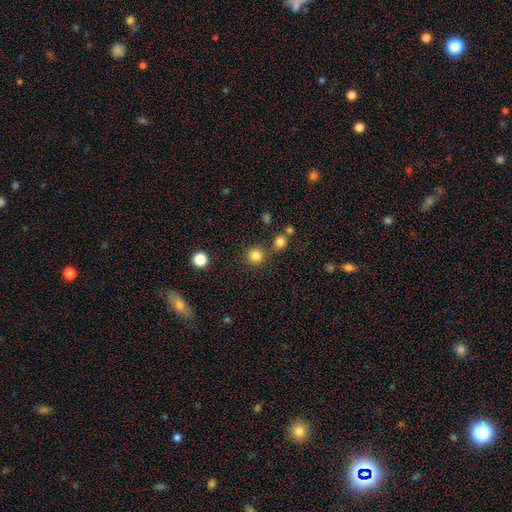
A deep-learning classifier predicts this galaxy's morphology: Q: Smooth or featured?
A: smooth (82%); runner-up: star or artifact (13%)
Q: How rounded?
A: round (94%); runner-up: in between (5%)
Q: Merging?
A: none (83%); runner-up: merger (8%)